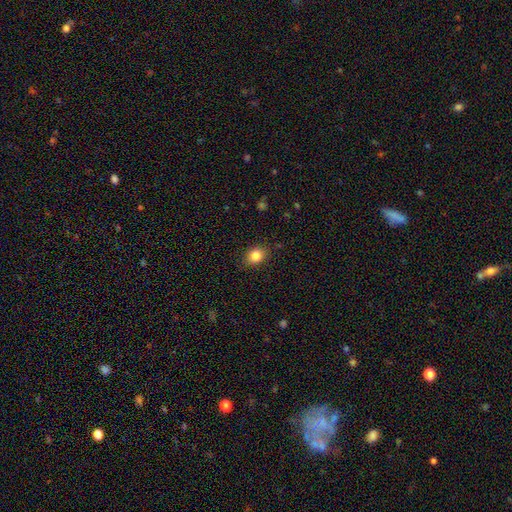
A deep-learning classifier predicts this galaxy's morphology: A smooth galaxy with no disk features (84%) that is round (52%).

Vote fractions:
- Smooth or featured? smooth: 84% / star or artifact: 10% / featured or disk: 6%
- How rounded? round: 52% / in between: 47% / cigar-shaped: 1%
- Merging? none: 86% / minor disturbance: 11% / major disturbance: 2% / merger: 1%